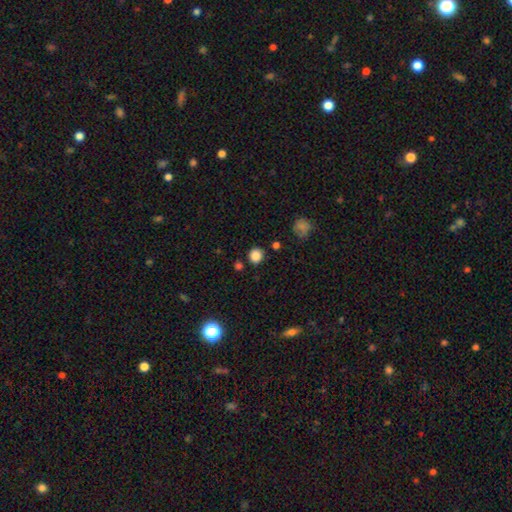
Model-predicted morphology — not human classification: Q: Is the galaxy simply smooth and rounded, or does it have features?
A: smooth — 85%.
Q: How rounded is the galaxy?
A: round — 85%.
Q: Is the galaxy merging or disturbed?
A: none — 85%.